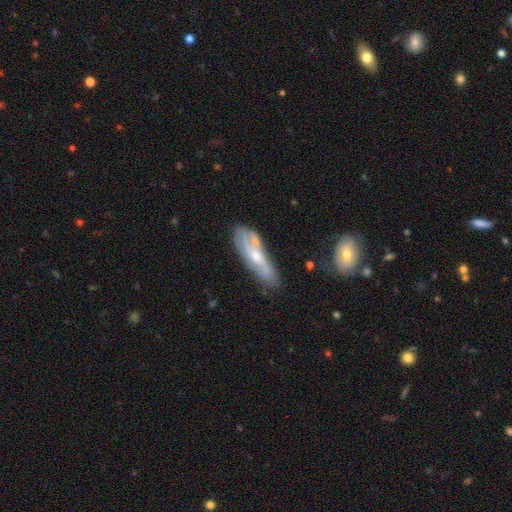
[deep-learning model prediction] smooth-or-featured: featured or disk: 68% | smooth: 25% | star or artifact: 8%
  disk-edge-on: no: 74% | yes: 26%
  merging: none: 62% | minor disturbance: 22% | merger: 9% | major disturbance: 8%